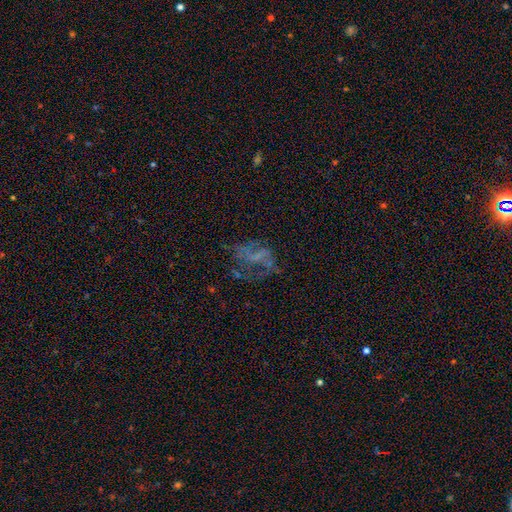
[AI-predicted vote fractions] Smooth or featured? Predicted: featured or disk (p=0.57). Edge-on disk? Predicted: no (p=0.98). Bar? Predicted: no (p=0.68). Spiral arms? Predicted: no (p=0.58). Bulge size? Predicted: none (p=0.71). Merging? Predicted: major disturbance (p=0.39, tied with none).